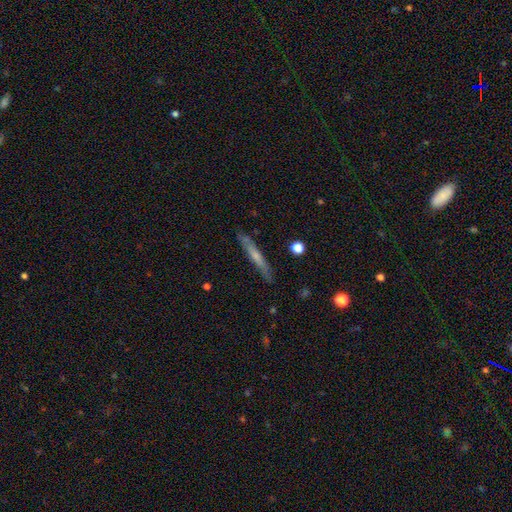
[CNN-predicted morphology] Smooth or featured? Predicted: featured or disk (p=0.48). Merging? Predicted: none (p=0.83).